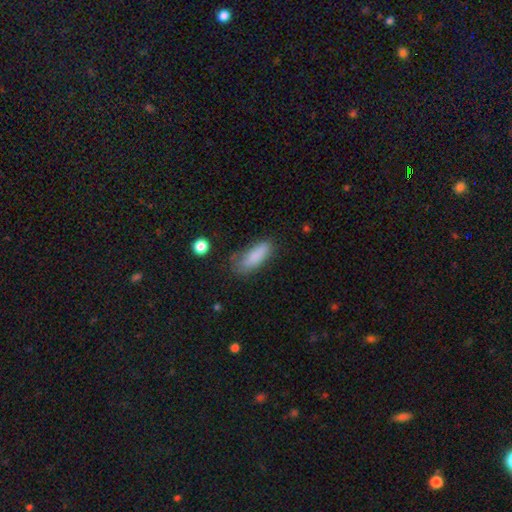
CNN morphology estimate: This is clearly a smooth galaxy (83%). How rounded: likely in between (64%). Merging: possibly none (57%).